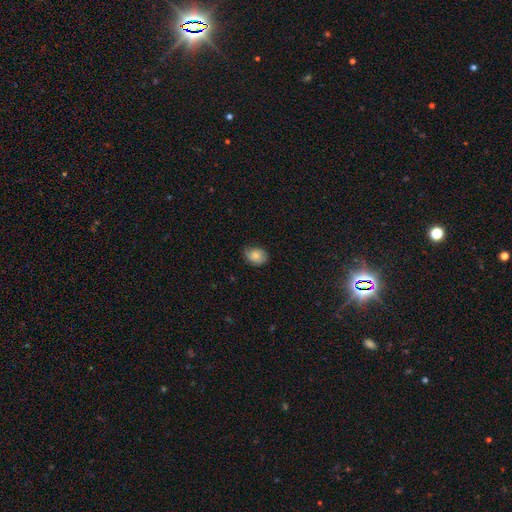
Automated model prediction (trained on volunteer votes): A smooth galaxy with no disk features (79%) that is in between round and cigar-shaped (59%).

Vote fractions:
- Smooth or featured? smooth: 79% / featured or disk: 13% / star or artifact: 8%
- How rounded? in between: 59% / round: 40% / cigar-shaped: 1%
- Merging? none: 61% / minor disturbance: 31% / major disturbance: 7% / merger: 1%